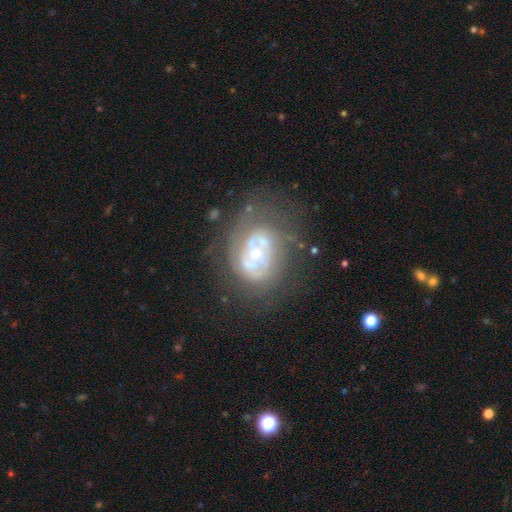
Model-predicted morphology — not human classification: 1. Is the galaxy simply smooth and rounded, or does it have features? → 75% featured or disk, 15% smooth, 10% star or artifact.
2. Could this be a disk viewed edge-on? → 97% no, 3% yes.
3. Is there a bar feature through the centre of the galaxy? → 77% no, 18% weak, 6% strong.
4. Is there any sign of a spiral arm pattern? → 64% yes, 36% no.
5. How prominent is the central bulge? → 55% small, 38% moderate, 3% large, 2% none, 1% dominant.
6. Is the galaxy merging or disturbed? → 48% none, 20% major disturbance, 20% minor disturbance, 12% merger.